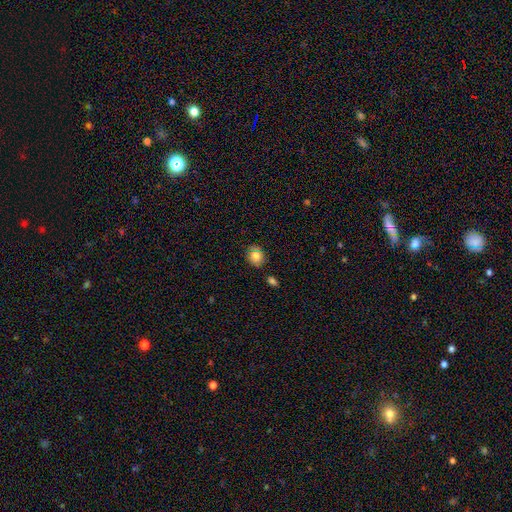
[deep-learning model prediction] Smooth or featured?
  - smooth: 79% *
  - featured or disk: 10%
  - star or artifact: 10%
How rounded?
  - round: 66% *
  - in between: 33%
  - cigar-shaped: 1%
Merging?
  - none: 77% *
  - minor disturbance: 16%
  - merger: 4%
  - major disturbance: 3%